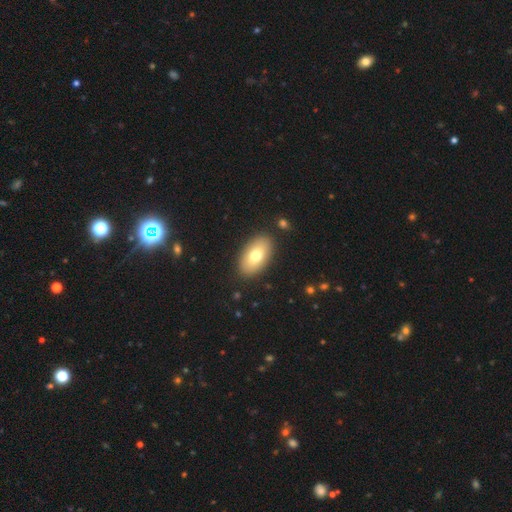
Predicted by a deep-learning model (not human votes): A smooth galaxy with no disk features (73%) that is in between round and cigar-shaped (93%). Merging: none (88%).